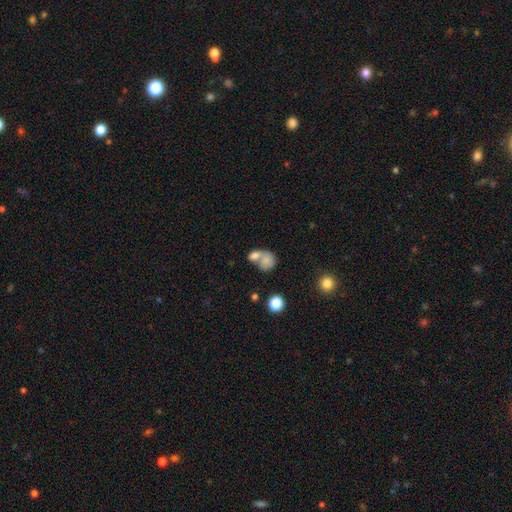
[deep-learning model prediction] Morphology: type=smooth (75%); roundness=in between (54%); merging=merger (65%).